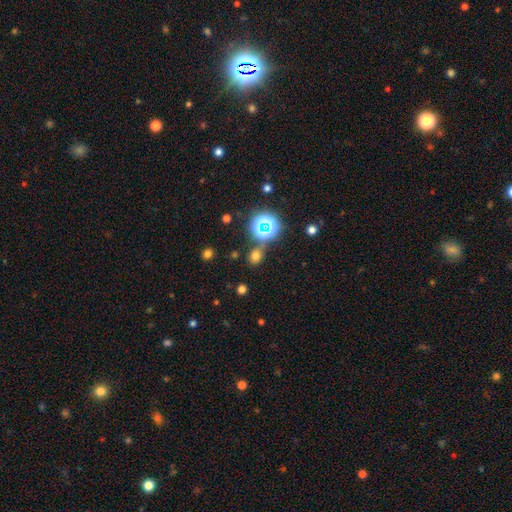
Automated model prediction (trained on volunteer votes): Morphology: type=smooth (59%); roundness=round (73%); merging=none (75%).